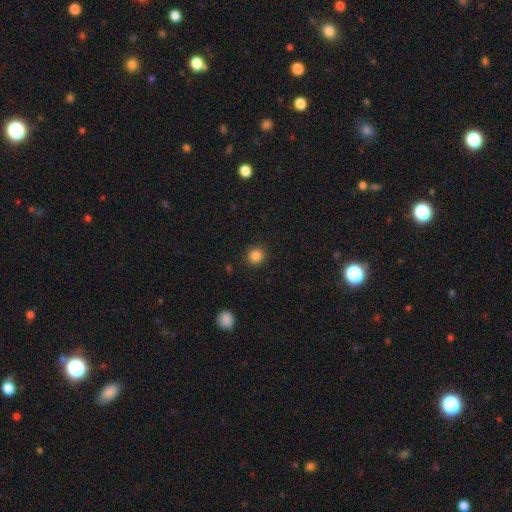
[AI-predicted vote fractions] Morphology: type=smooth (85%); roundness=round (93%); merging=none (91%).